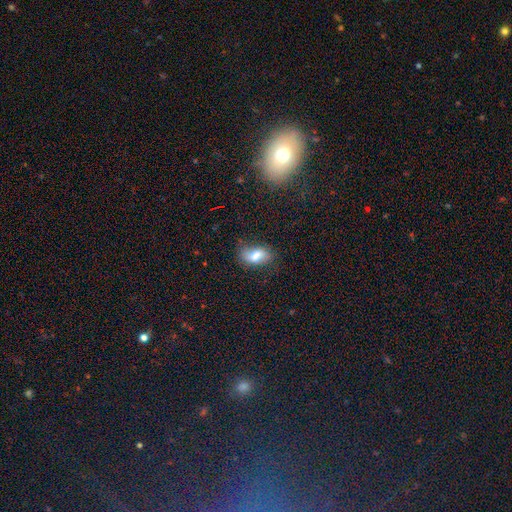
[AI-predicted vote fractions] smooth_or_featured: smooth (p=0.71) [alt: featured or disk p=0.20]
how_rounded: in between (p=0.88) [alt: round p=0.08]
merging: none (p=0.65) [alt: minor disturbance p=0.25]